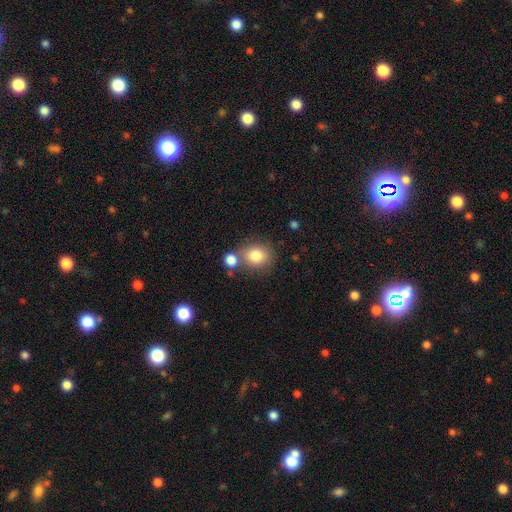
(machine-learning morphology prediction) smooth-or-featured: smooth: 82% | star or artifact: 10% | featured or disk: 9%
  how-rounded: round: 69% | in between: 30% | cigar-shaped: 1%
  merging: none: 60% | merger: 24% | minor disturbance: 12% | major disturbance: 4%